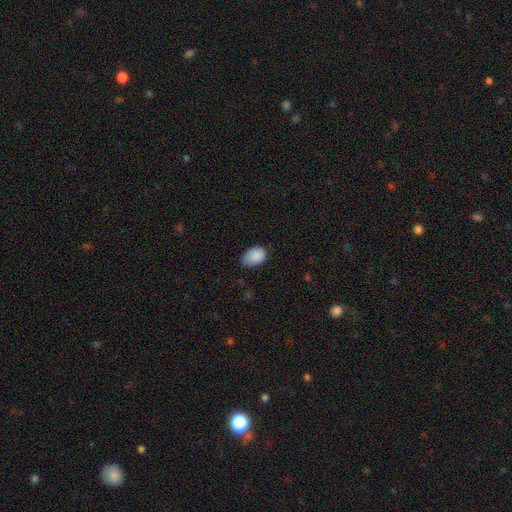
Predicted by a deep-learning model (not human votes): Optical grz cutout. It shows a smooth galaxy with no disk features (88%) that is in between round and cigar-shaped (86%). Merging: none (63%).